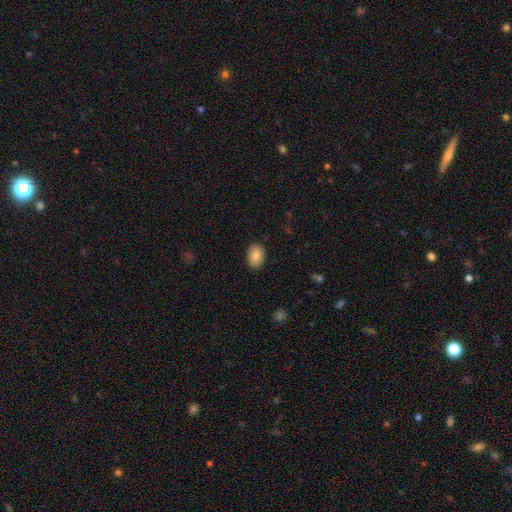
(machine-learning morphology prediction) Smooth or featured?
  - smooth: 85% *
  - featured or disk: 8%
  - star or artifact: 7%
How rounded?
  - in between: 80% *
  - round: 19%
  - cigar-shaped: 1%
Merging?
  - none: 89% *
  - minor disturbance: 9%
  - major disturbance: 2%
  - merger: 1%